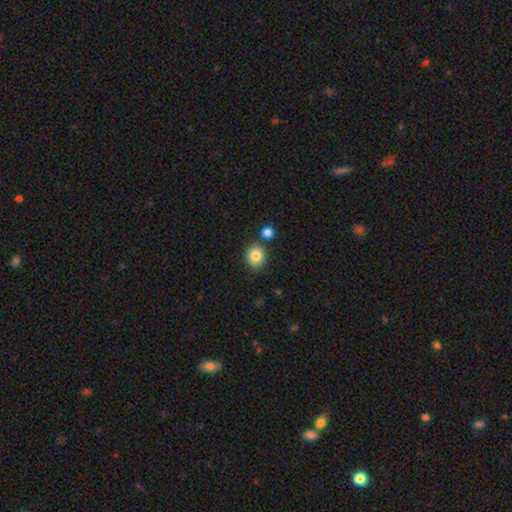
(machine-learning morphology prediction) smooth 84%, star or artifact 10%, featured or disk 7%. Down the decision tree: how rounded — round (75%); merging — none (78%).